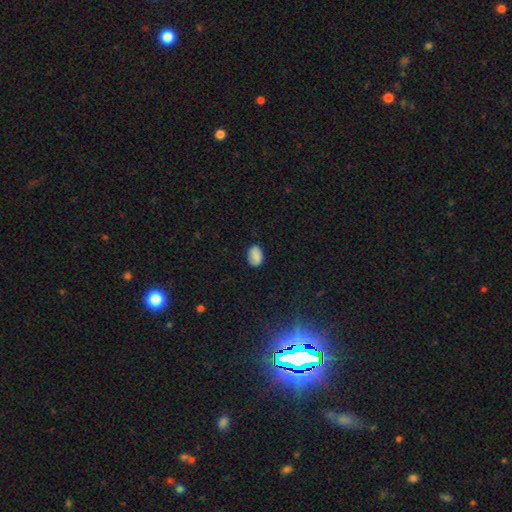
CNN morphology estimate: Q: Smooth or featured?
A: smooth (83%); runner-up: star or artifact (9%)
Q: How rounded?
A: in between (78%); runner-up: round (21%)
Q: Merging?
A: none (81%); runner-up: minor disturbance (14%)